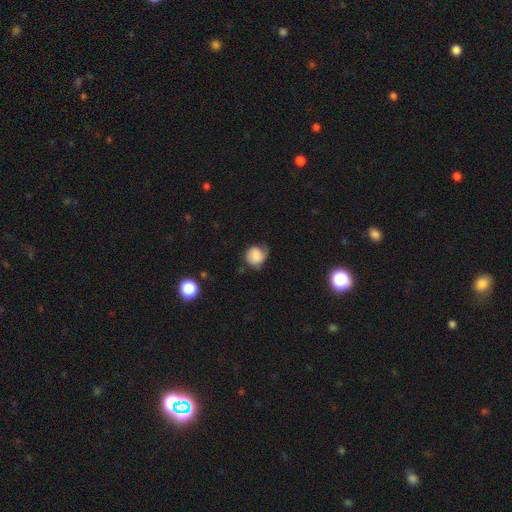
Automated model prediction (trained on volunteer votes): Q: Smooth or featured?
A: smooth (71%); runner-up: featured or disk (20%)
Q: How rounded?
A: round (76%); runner-up: in between (23%)
Q: Merging?
A: none (49%); runner-up: minor disturbance (35%)